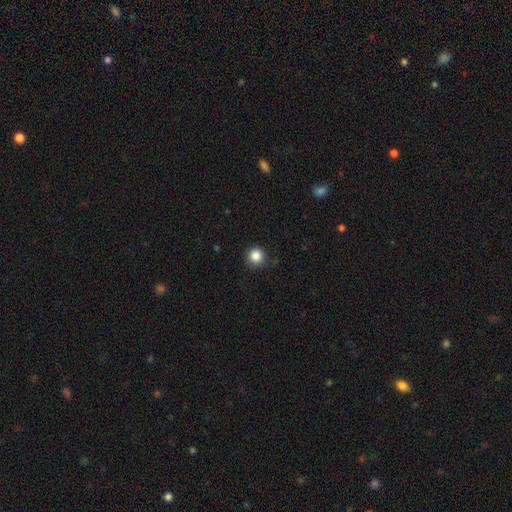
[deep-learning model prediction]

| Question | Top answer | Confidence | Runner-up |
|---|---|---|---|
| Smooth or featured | smooth | 86% | star or artifact (11%) |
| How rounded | round | 95% | in between (4%) |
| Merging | none | 89% | minor disturbance (8%) |